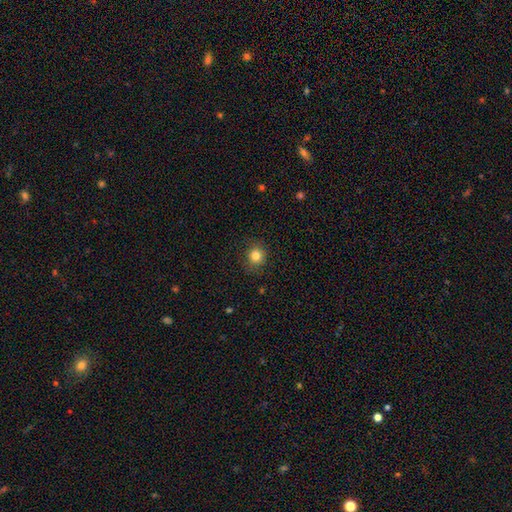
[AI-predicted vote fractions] Morphology: type=smooth (82%); roundness=round (89%); merging=none (86%).